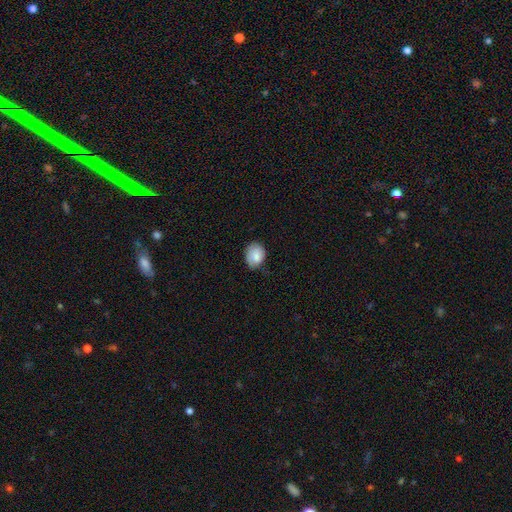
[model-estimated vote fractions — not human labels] This is clearly a smooth galaxy (84%). How rounded: possibly in between (58%). Merging: likely none (61%).